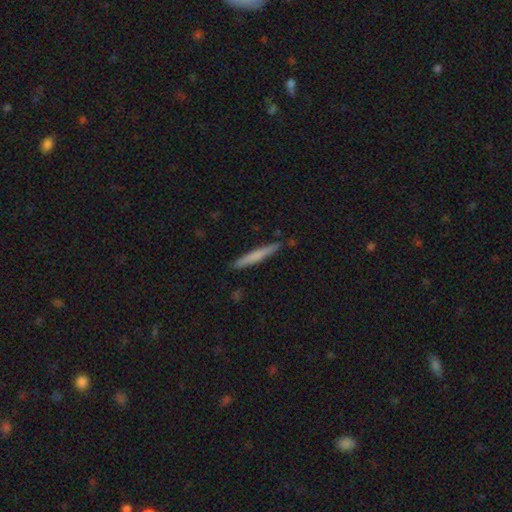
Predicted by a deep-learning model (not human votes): Smooth or featured? smooth (66%)
How rounded? cigar-shaped (96%)
Merging? none (87%)